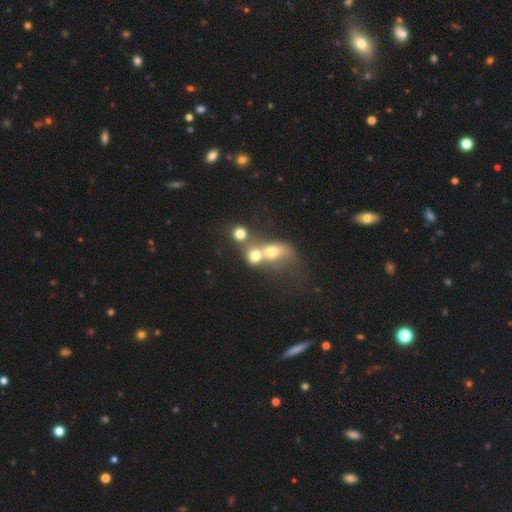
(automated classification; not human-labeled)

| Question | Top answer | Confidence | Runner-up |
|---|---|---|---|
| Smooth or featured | smooth | 65% | featured or disk (21%) |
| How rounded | round | 66% | in between (32%) |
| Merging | merger | 65% | none (21%) |